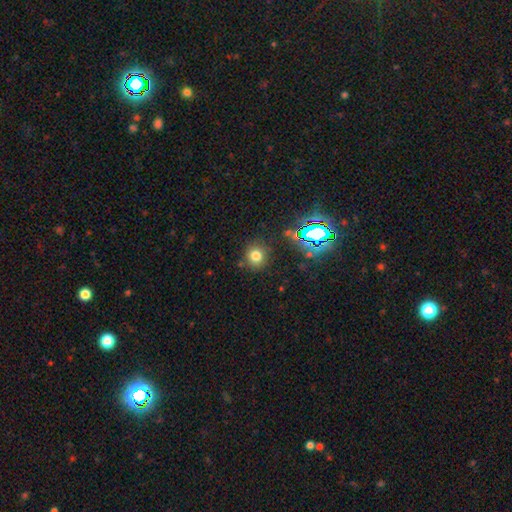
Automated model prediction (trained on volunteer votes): smooth-or-featured: smooth: 73% | star or artifact: 19% | featured or disk: 7%
  how-rounded: round: 87% | in between: 12% | cigar-shaped: 1%
  merging: none: 84% | minor disturbance: 10% | major disturbance: 4% | merger: 3%